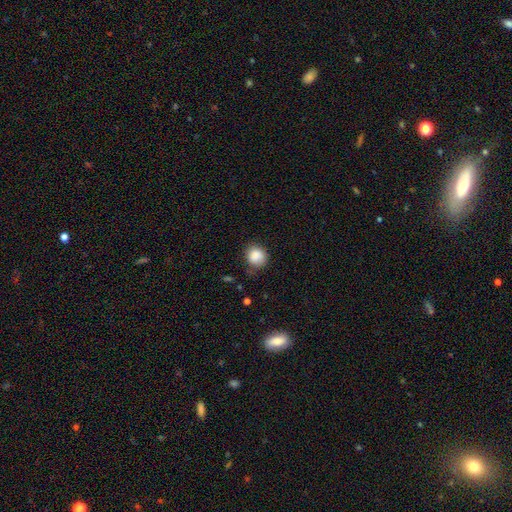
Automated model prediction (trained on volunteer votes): Overall: smooth (87%). How rounded: round (79%). Merging: none (70%).